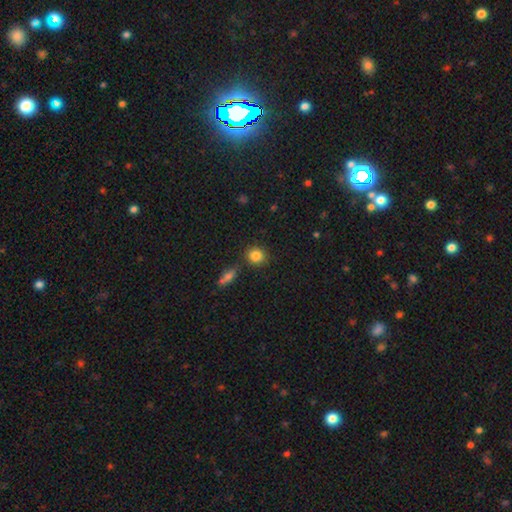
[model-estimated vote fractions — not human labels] Overall: smooth (84%). How rounded: round (83%). Merging: none (82%).